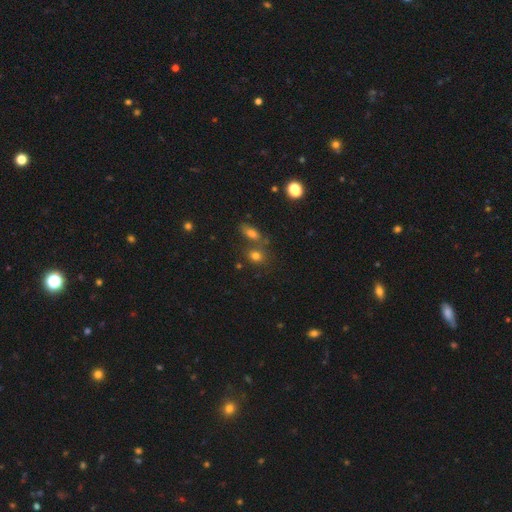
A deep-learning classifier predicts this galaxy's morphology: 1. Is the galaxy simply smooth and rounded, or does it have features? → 74% smooth, 16% star or artifact, 10% featured or disk.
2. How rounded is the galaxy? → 55% round, 42% in between, 3% cigar-shaped.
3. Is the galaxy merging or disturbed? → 59% none, 26% merger, 11% minor disturbance, 4% major disturbance.